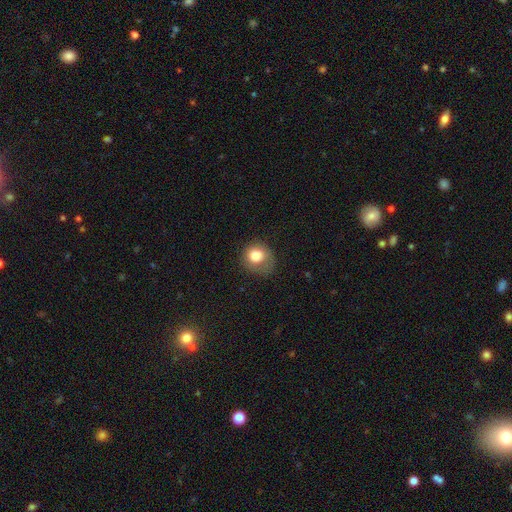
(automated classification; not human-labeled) Smooth or featured? smooth (78%)
How rounded? round (74%)
Merging? none (48%)